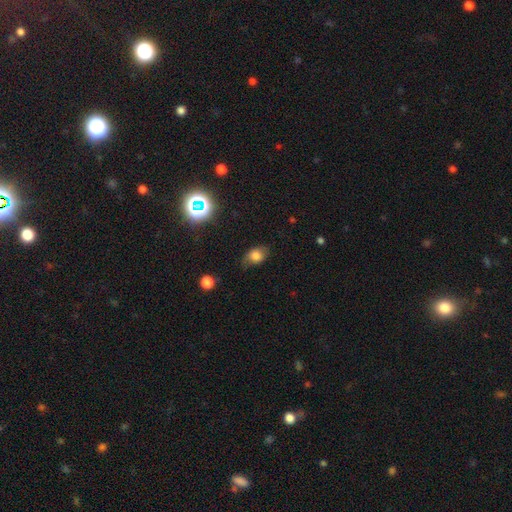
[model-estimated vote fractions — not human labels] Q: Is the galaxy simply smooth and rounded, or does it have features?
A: smooth — 75%.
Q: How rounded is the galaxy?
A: in between — 77%.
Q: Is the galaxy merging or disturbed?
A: none — 68%.